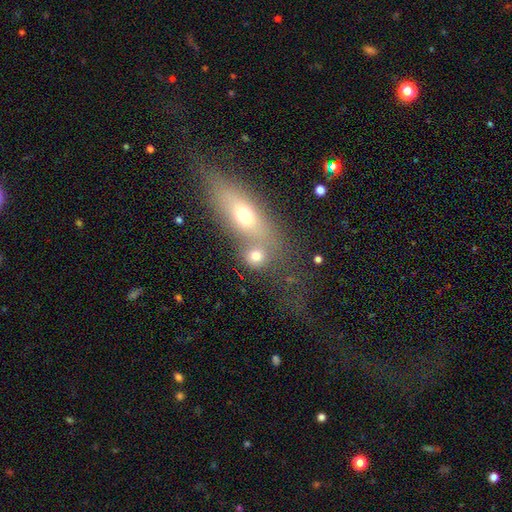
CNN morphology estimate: smooth 71%, featured or disk 15%, star or artifact 14%. Down the decision tree: how rounded — round (64%); merging — merger (46%).